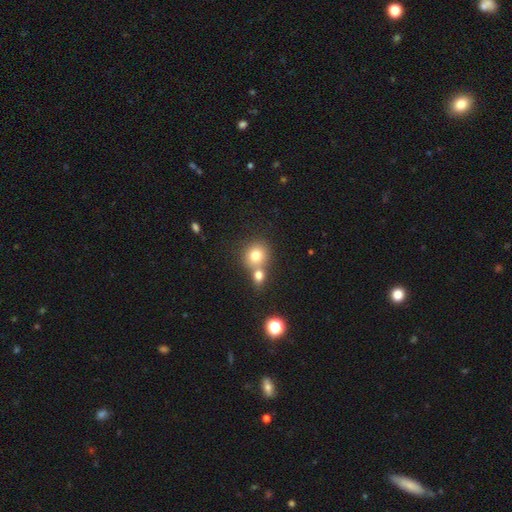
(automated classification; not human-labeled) Overall: smooth (77%). How rounded: round (83%). Merging: none (47%; merger 43%).